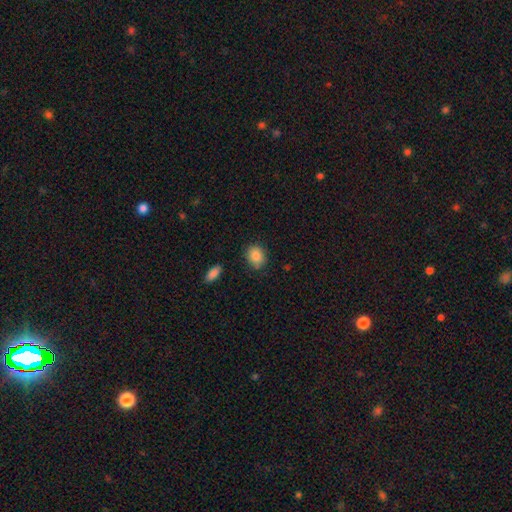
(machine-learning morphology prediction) Smooth or featured: smooth — 87% (star or artifact — 8%)
How rounded: round — 55% (in between — 44%)
Merging: none — 80% (minor disturbance — 14%)